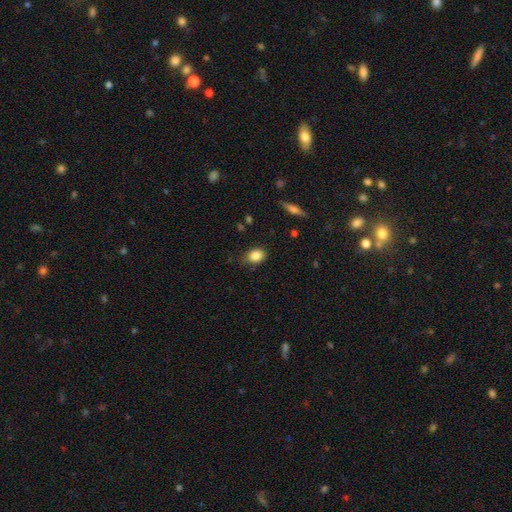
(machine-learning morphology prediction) This is clearly a smooth galaxy (85%). How rounded: likely in between (64%). Merging: likely none (72%).